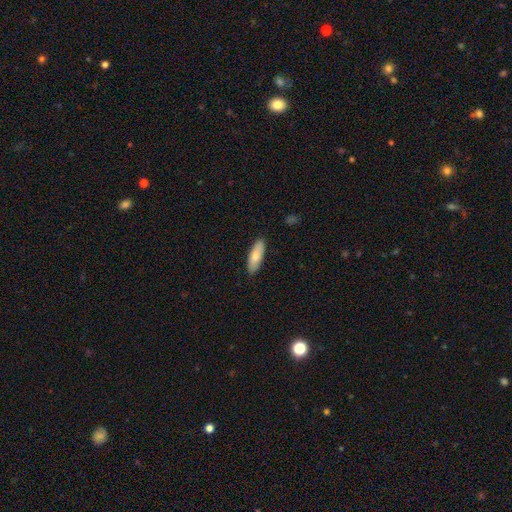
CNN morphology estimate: smooth_or_featured: smooth (p=0.78) [alt: featured or disk p=0.17]
how_rounded: in between (p=0.67) [alt: cigar-shaped p=0.32]
merging: none (p=0.88) [alt: minor disturbance p=0.09]